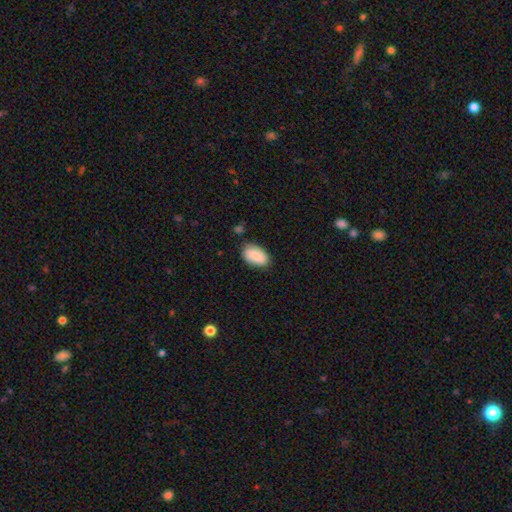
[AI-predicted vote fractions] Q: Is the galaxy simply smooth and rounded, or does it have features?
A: smooth — 77%.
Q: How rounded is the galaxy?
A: in between — 92%.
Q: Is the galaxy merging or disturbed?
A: none — 77%.